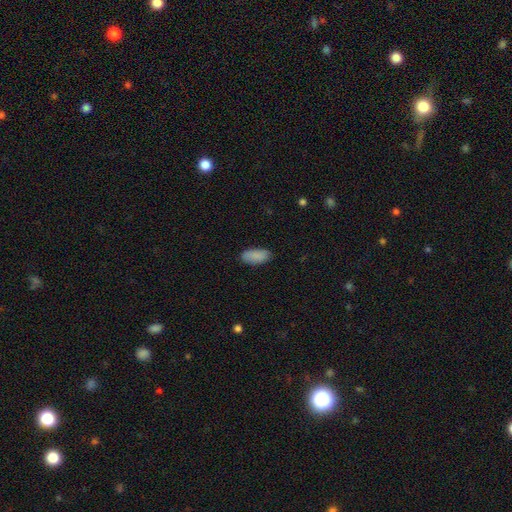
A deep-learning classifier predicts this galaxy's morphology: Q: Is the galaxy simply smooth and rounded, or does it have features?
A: smooth — 88%.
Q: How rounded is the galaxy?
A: in between — 91%.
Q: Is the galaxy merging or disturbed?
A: none — 81%.